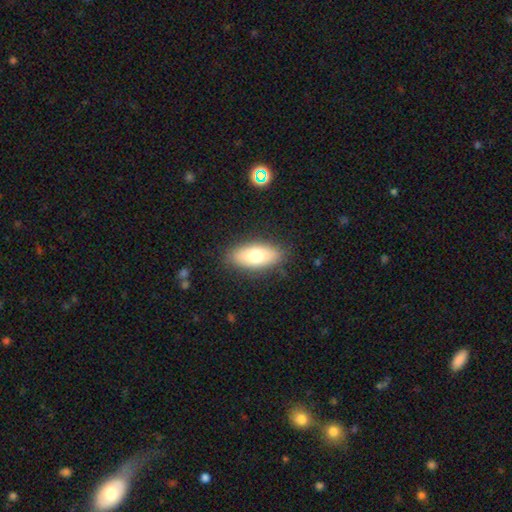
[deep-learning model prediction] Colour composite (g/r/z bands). It shows a smooth galaxy with no disk features (73%) that is in between round and cigar-shaped (85%). Merging: none (85%).